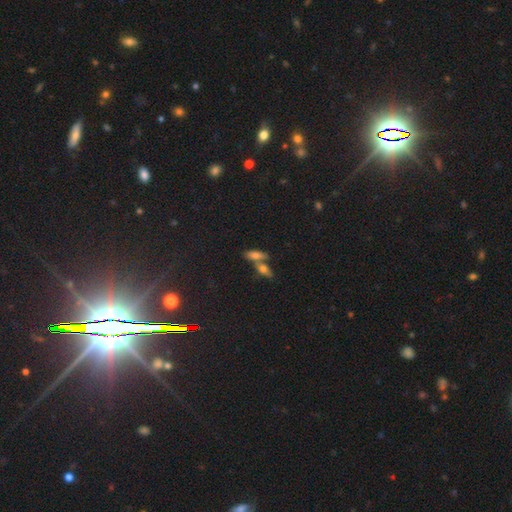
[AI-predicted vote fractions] Smooth or featured? smooth (64%)
How rounded? in between (65%)
Merging? merger (46%)